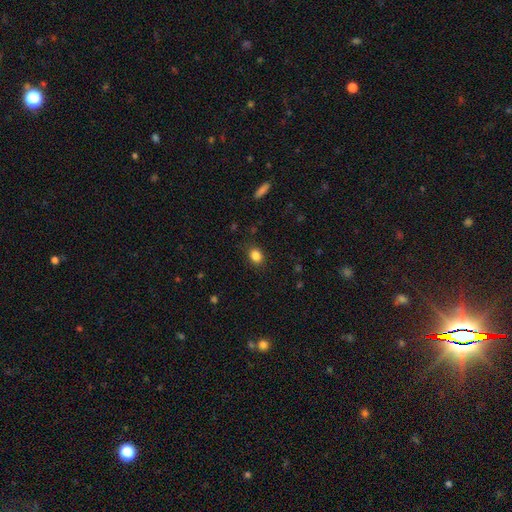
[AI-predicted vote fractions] Overall: smooth (85%). How rounded: in between (52%; round 47%). Merging: none (84%).